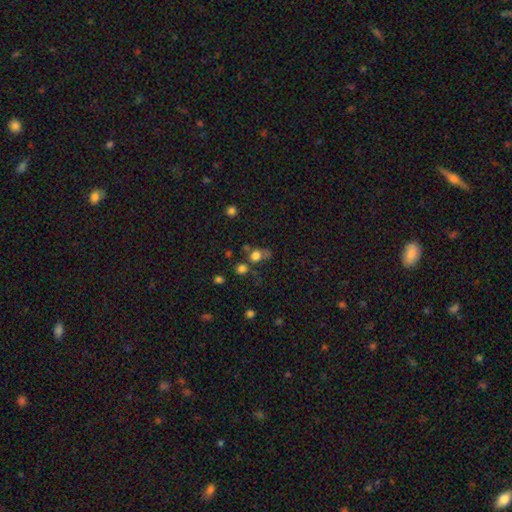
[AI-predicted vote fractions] smooth_or_featured: smooth (p=0.72) [alt: star or artifact p=0.17]
how_rounded: round (p=0.72) [alt: in between p=0.27]
merging: none (p=0.44) [alt: merger p=0.23]